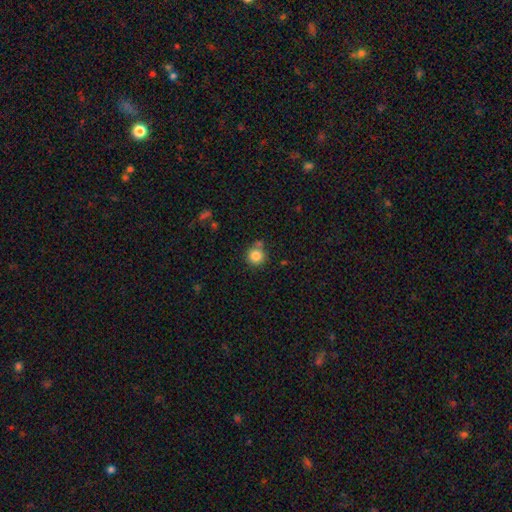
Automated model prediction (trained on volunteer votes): Overall: smooth (84%). How rounded: round (93%). Merging: none (68%).